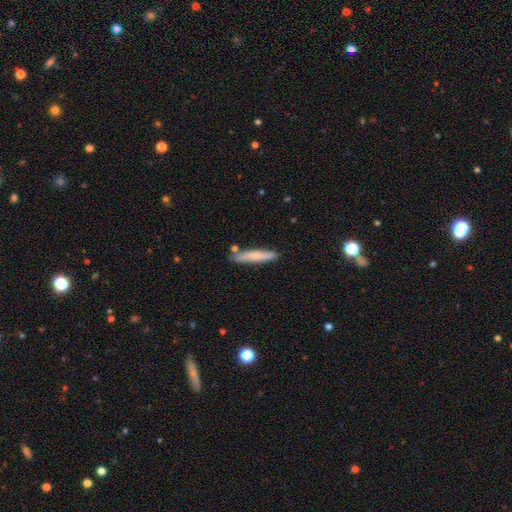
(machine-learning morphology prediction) Q: Smooth or featured?
A: smooth (70%); runner-up: featured or disk (24%)
Q: How rounded?
A: cigar-shaped (90%); runner-up: in between (8%)
Q: Merging?
A: none (81%); runner-up: minor disturbance (12%)